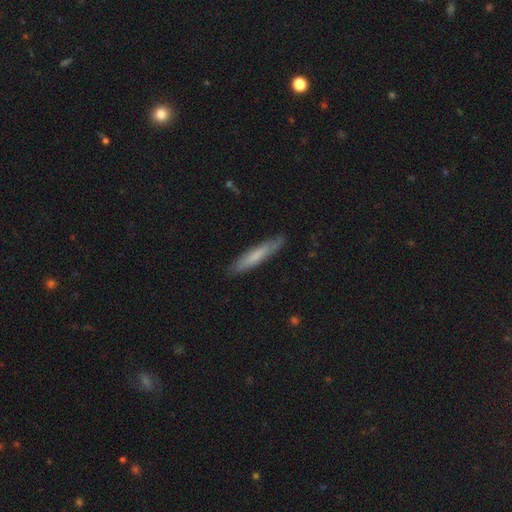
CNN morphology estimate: A smooth galaxy with no disk features (64%) that is cigar-shaped (91%).

Vote fractions:
- Smooth or featured? smooth: 64% / featured or disk: 30% / star or artifact: 6%
- How rounded? cigar-shaped: 91% / in between: 8% / round: 1%
- Merging? none: 86% / minor disturbance: 11% / major disturbance: 2% / merger: 1%